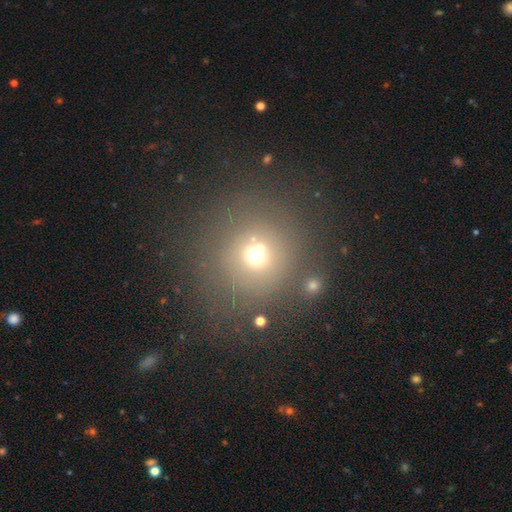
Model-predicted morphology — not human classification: Smooth or featured? Predicted: smooth (p=0.64). How rounded? Predicted: round (p=0.90). Merging? Predicted: none (p=0.67).